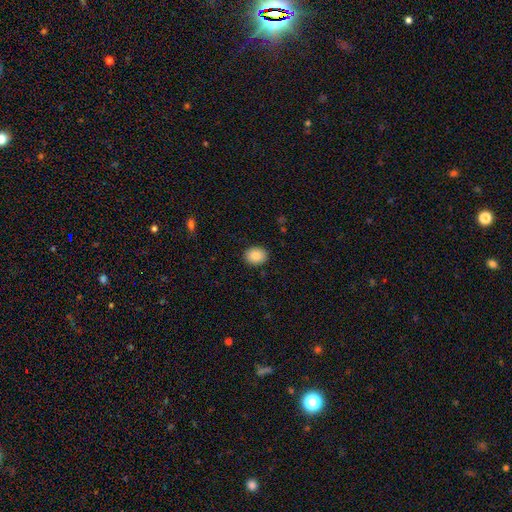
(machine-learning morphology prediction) A smooth galaxy with no disk features (89%) that is in between round and cigar-shaped (56%). Merging: none (90%).